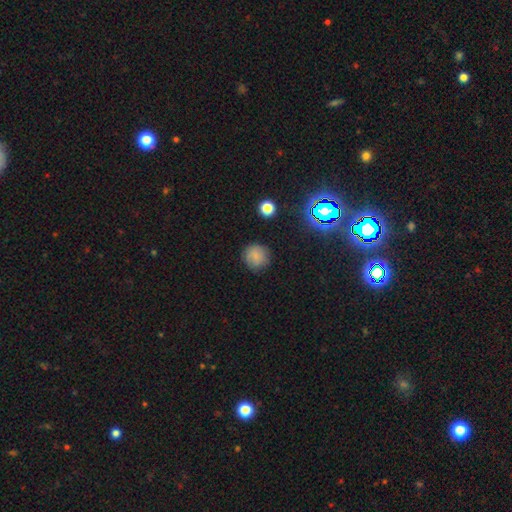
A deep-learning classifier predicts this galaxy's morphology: The model was most divided on "smooth or featured": smooth: 79%, star or artifact: 13%, featured or disk: 8%. More confident: how rounded — round (93%); merging — none (85%).